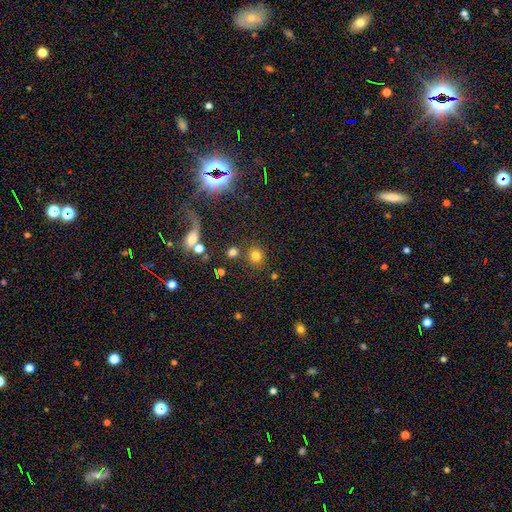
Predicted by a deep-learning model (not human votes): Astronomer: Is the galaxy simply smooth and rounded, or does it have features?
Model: smooth — 76%.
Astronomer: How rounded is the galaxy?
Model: round — 86%.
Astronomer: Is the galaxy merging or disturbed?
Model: none — 78%.